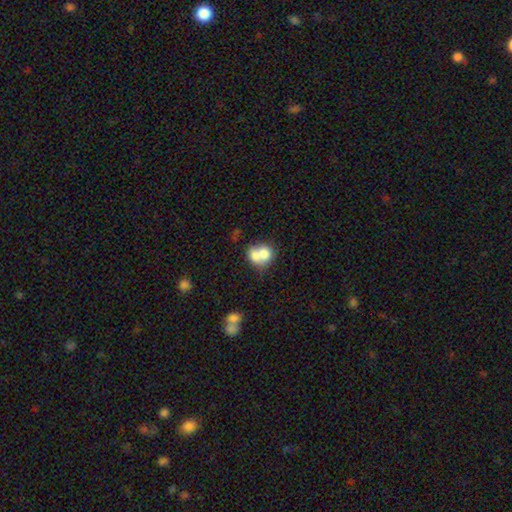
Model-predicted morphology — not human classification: A smooth galaxy with no disk features (70%) that is round (62%).

Vote fractions:
- Smooth or featured? smooth: 70% / featured or disk: 22% / star or artifact: 9%
- How rounded? round: 62% / in between: 37% / cigar-shaped: 1%
- Merging? merger: 68% / none: 22% / minor disturbance: 7% / major disturbance: 4%